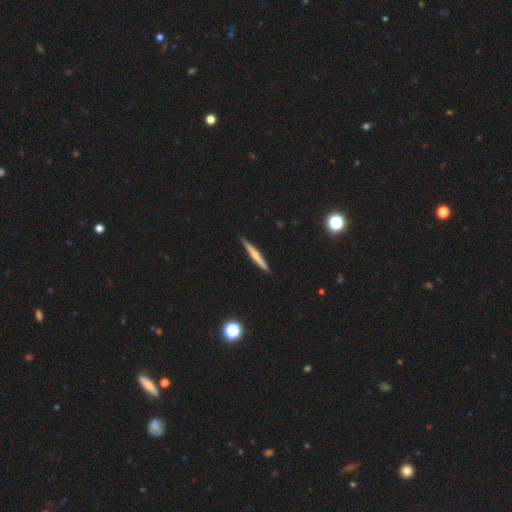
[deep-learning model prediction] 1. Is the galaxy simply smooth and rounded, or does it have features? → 55% featured or disk, 39% smooth, 6% star or artifact.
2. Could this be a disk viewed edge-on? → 97% yes, 3% no.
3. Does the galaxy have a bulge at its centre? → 58% rounded, 31% none, 10% boxy.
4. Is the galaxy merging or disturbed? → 89% none, 8% minor disturbance, 1% major disturbance, 1% merger.